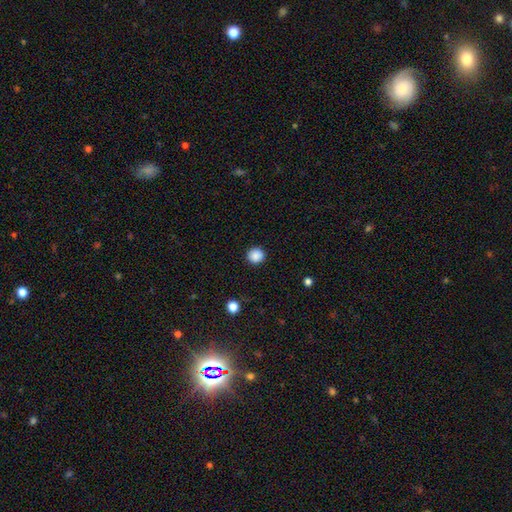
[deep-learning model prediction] Q: Smooth or featured?
A: smooth (88%); runner-up: star or artifact (10%)
Q: How rounded?
A: round (94%); runner-up: in between (5%)
Q: Merging?
A: none (92%); runner-up: minor disturbance (5%)